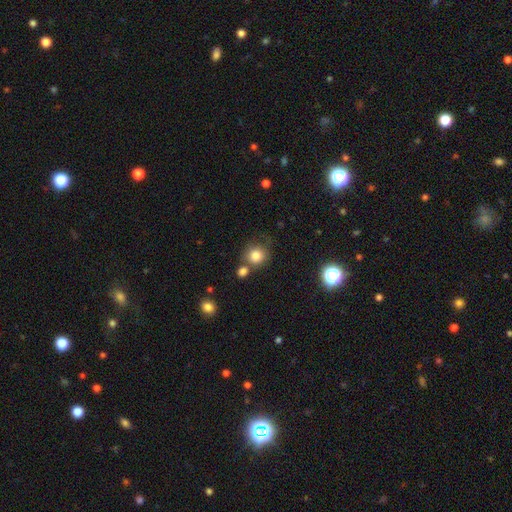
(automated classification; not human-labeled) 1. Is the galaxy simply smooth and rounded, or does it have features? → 81% smooth, 12% star or artifact, 7% featured or disk.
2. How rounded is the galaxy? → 87% round, 12% in between, 1% cigar-shaped.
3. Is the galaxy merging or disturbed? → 62% none, 20% merger, 13% minor disturbance, 5% major disturbance.